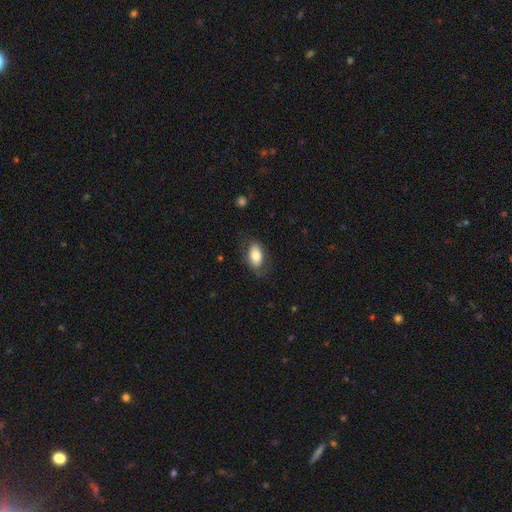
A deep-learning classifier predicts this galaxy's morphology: A smooth galaxy with no disk features (74%) that is in between round and cigar-shaped (91%).

Vote fractions:
- Smooth or featured? smooth: 74% / featured or disk: 19% / star or artifact: 6%
- How rounded? in between: 91% / round: 6% / cigar-shaped: 3%
- Merging? none: 72% / minor disturbance: 18% / major disturbance: 8% / merger: 1%